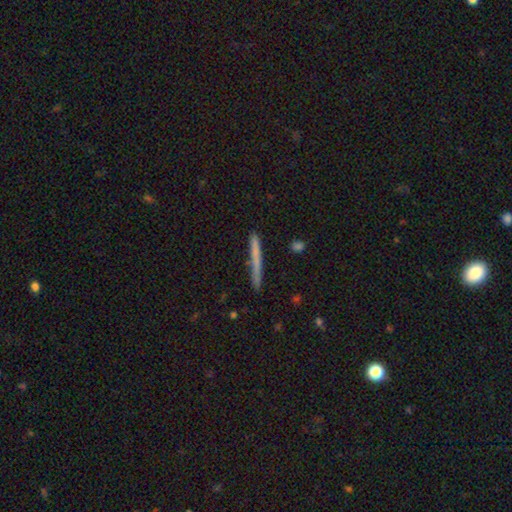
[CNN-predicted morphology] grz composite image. It shows a smooth galaxy with no disk features (63%) that is cigar-shaped (97%). Merging: none (86%).